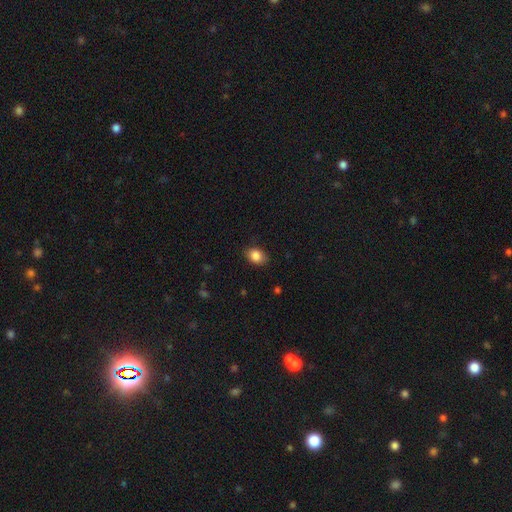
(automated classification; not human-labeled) This is clearly a smooth galaxy (86%). How rounded: likely in between (73%). Merging: clearly none (83%).